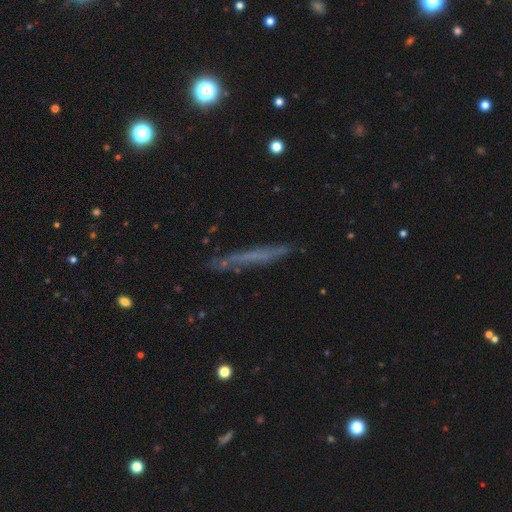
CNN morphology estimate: A featured or disk galaxy (46%). Merging: none (77%).